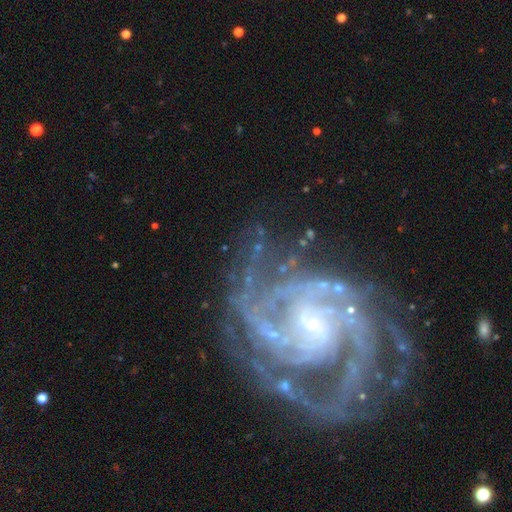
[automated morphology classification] This is clearly a featured or disk galaxy (90%). It is clearly not viewed edge-on (98%). Bar: possibly no (57%). Spiral arm pattern: clearly yes (98%). Spiral arm count: marginally 3 (21%, tied with 2). Spiral winding: possibly tight (58%). Central bulge: clearly small (82%). Merging: likely none (68%).